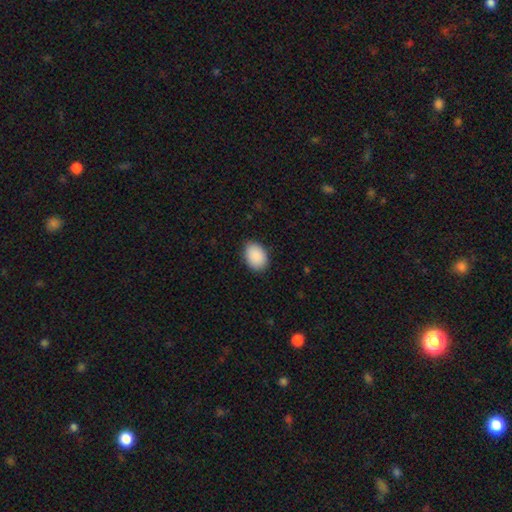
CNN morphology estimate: Smooth or featured?
  - smooth: 91% *
  - star or artifact: 7%
  - featured or disk: 3%
How rounded?
  - in between: 75% *
  - round: 24%
  - cigar-shaped: 1%
Merging?
  - none: 83% *
  - minor disturbance: 14%
  - major disturbance: 2%
  - merger: 1%